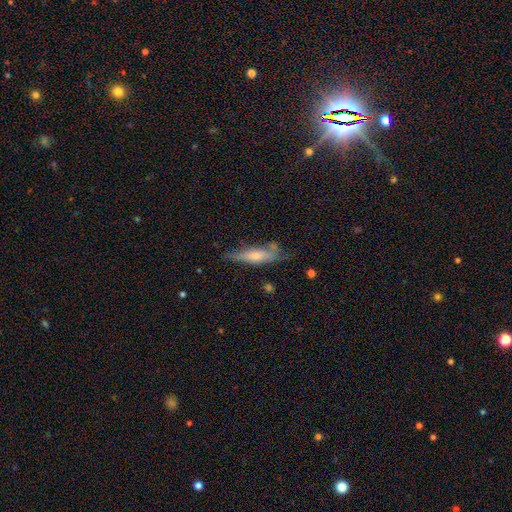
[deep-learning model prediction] Morphology: type=smooth (57%); roundness=cigar-shaped (74%); merging=none (63%).